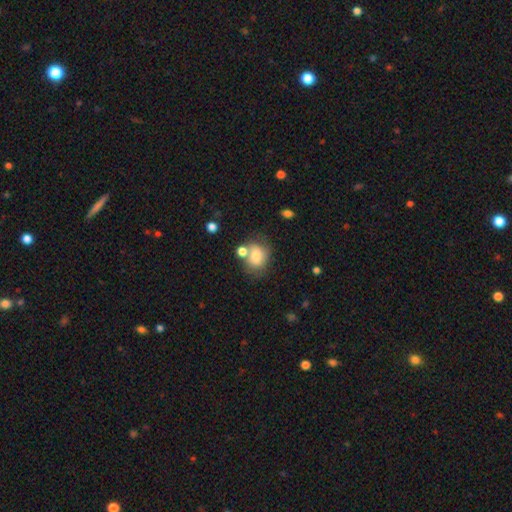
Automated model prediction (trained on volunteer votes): Smooth or featured?
  - smooth: 75% *
  - featured or disk: 15%
  - star or artifact: 10%
How rounded?
  - round: 61% *
  - in between: 38%
  - cigar-shaped: 1%
Merging?
  - none: 52% *
  - merger: 24%
  - minor disturbance: 18%
  - major disturbance: 7%